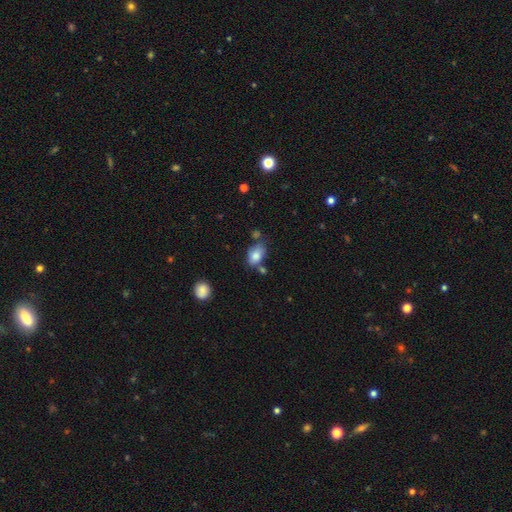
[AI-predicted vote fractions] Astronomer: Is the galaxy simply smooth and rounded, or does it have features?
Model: smooth — 82%.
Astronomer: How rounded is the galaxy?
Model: in between — 85%.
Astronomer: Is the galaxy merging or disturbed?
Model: none — 55%.